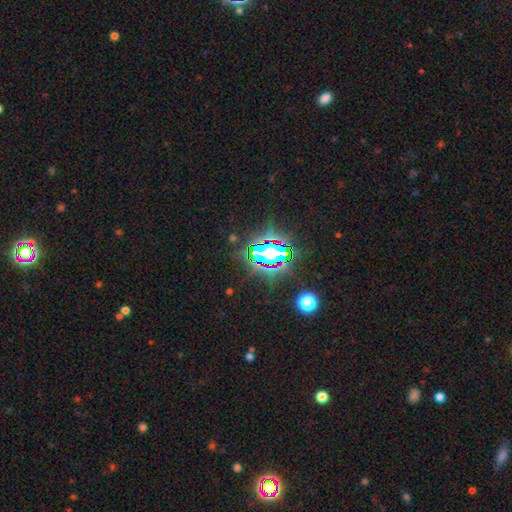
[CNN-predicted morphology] This appears to be a star or artifact, not a galaxy (82%).